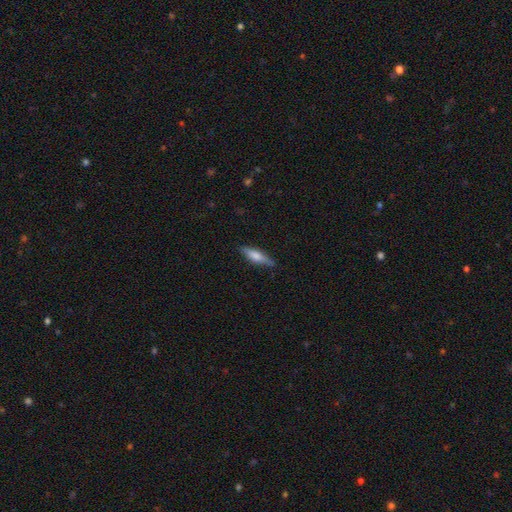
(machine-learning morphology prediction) type=smooth (54%); roundness=cigar-shaped (70%); merging=none (85%).